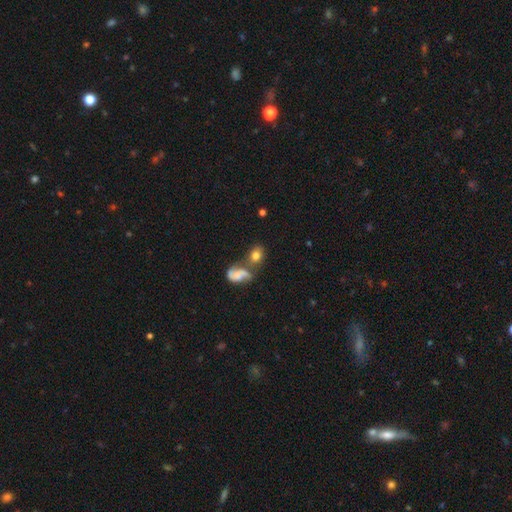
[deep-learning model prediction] This is likely a smooth galaxy (70%). How rounded: likely in between (62%). Merging: possibly none (45%).